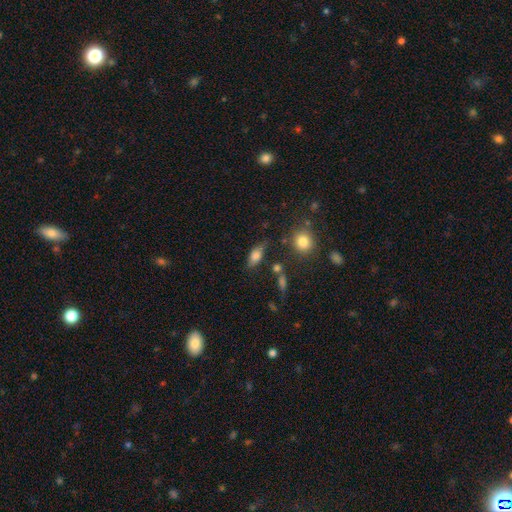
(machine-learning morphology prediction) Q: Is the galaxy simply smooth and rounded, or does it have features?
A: smooth — 75%.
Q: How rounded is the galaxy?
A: in between — 79%.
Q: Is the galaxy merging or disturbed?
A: none — 62%.